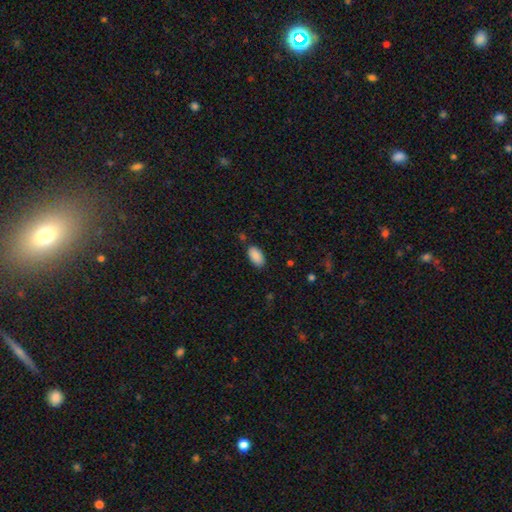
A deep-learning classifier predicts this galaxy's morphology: This is clearly a smooth galaxy (90%). How rounded: clearly in between (95%). Merging: clearly none (85%).